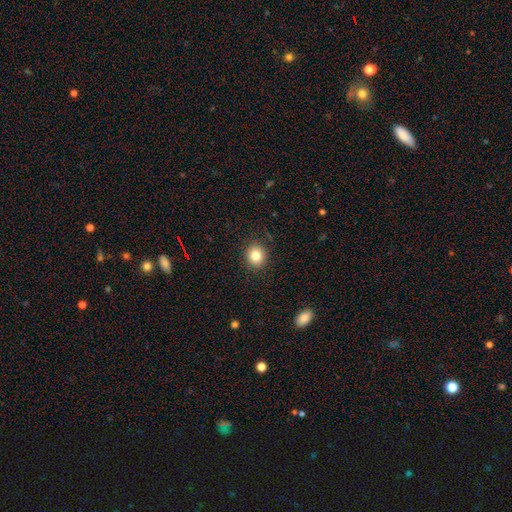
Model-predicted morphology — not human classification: Smooth or featured: smooth — 82% (star or artifact — 11%)
How rounded: round — 82% (in between — 17%)
Merging: none — 89% (minor disturbance — 7%)